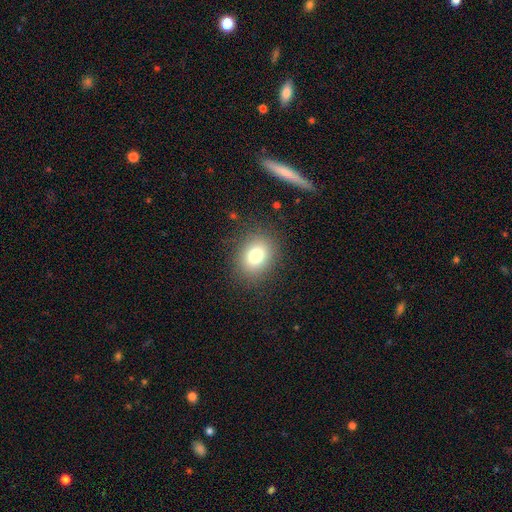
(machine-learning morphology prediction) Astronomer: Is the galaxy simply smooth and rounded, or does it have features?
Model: smooth — 78%.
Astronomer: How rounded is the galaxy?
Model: round — 54% (runner-up: in between, 45%).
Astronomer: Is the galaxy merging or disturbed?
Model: none — 86%.